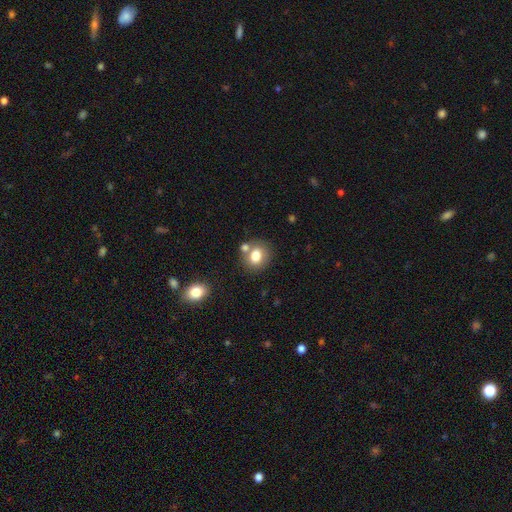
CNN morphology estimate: Smooth or featured? smooth (77%)
How rounded? round (66%)
Merging? none (64%)